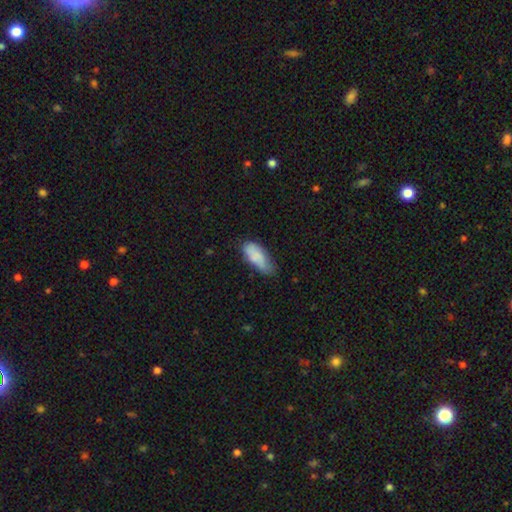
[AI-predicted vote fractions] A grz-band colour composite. It shows a smooth galaxy with no disk features (80%) that is in between round and cigar-shaped (81%). Merging: none (50%).